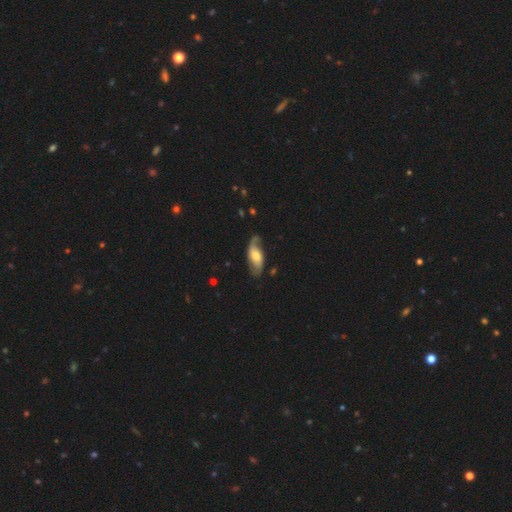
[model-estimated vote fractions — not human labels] This is likely a featured or disk galaxy (70%). It is clearly not viewed edge-on (91%). Bar: possibly no (51%). Spiral arm pattern: clearly yes (92%). Spiral arm count: clearly 2 (84%). Spiral winding: possibly loose (55%). Central bulge: possibly moderate (51%). Merging: likely none (70%).